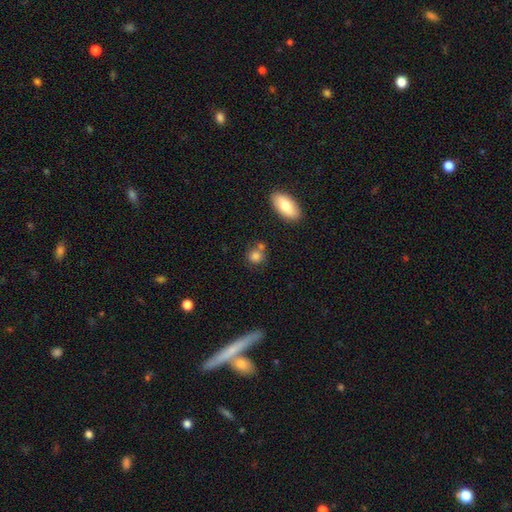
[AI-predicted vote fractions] This appears to be a smooth galaxy with no disk features (81%) that is round (75%). Merging: none (60%).